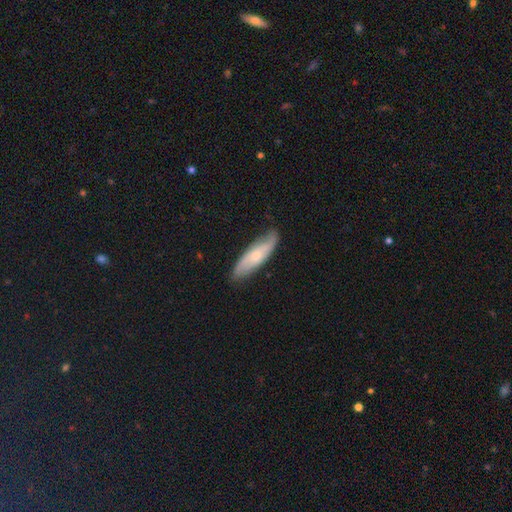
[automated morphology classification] This is possibly a featured or disk galaxy (47%, tied with smooth). Merging: likely none (80%).